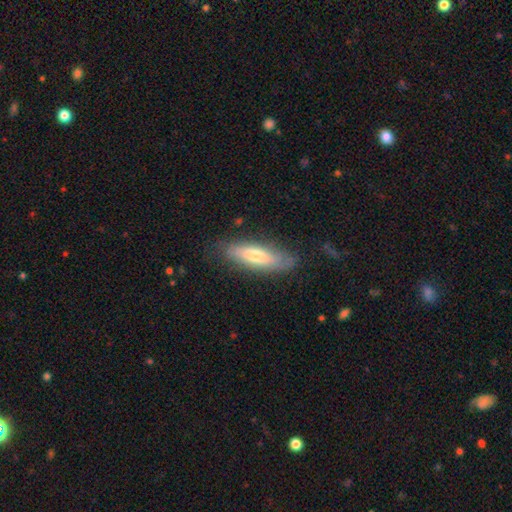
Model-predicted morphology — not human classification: This appears to be a smooth galaxy with no disk features (63%) that is cigar-shaped (56%). Merging: none (77%).